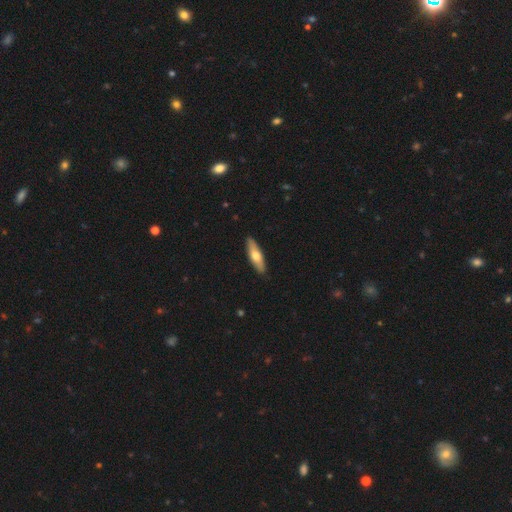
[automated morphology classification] Smooth or featured?
  - smooth: 62% *
  - featured or disk: 33%
  - star or artifact: 5%
How rounded?
  - cigar-shaped: 58% *
  - in between: 40%
  - round: 2%
Merging?
  - none: 90% *
  - minor disturbance: 8%
  - major disturbance: 1%
  - merger: 1%